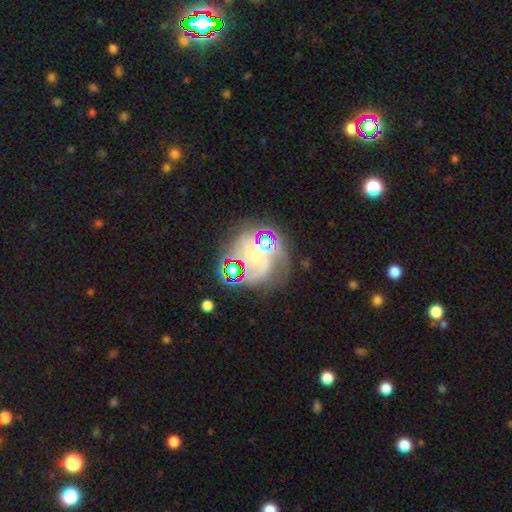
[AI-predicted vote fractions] Smooth or featured?
  - featured or disk: 69% *
  - star or artifact: 18%
  - smooth: 13%
Edge-on disk?
  - no: 98% *
  - yes: 2%
Bar?
  - no: 68% *
  - weak: 24%
  - strong: 8%
Spiral arms?
  - yes: 91% *
  - no: 9%
Spiral winding?
  - tight: 51% *
  - medium: 37%
  - loose: 12%
Spiral arm count?
  - 2: 32% *
  - can't tell: 26%
  - 3: 21%
  - 4: 8%
  - 1: 7%
  - more than 4: 6%
Bulge size?
  - small: 64% *
  - moderate: 23%
  - none: 7%
  - large: 3%
  - dominant: 2%
Merging?
  - none: 56% *
  - minor disturbance: 18%
  - major disturbance: 15%
  - merger: 11%